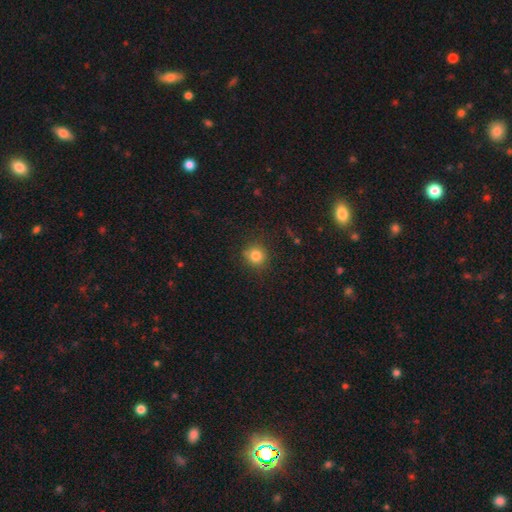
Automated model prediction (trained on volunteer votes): smooth-or-featured: smooth: 82% | star or artifact: 12% | featured or disk: 6%
  how-rounded: round: 90% | in between: 9% | cigar-shaped: 1%
  merging: none: 84% | minor disturbance: 11% | major disturbance: 3% | merger: 2%